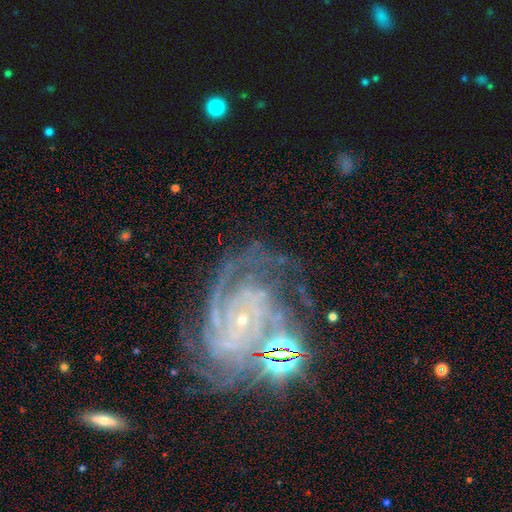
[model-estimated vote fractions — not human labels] A featured or disk galaxy (88%) with no bar (64%), 3 (24%) tight (70%) spiral arms (98%) and a small central bulge (88%).

Vote fractions:
- Smooth or featured? featured or disk: 88% / star or artifact: 8% / smooth: 4%
- Edge-on disk? no: 97% / yes: 3%
- Bar? no: 64% / weak: 24% / strong: 12%
- Spiral arms? yes: 98% / no: 2%
- Spiral winding? tight: 70% / medium: 26% / loose: 4%
- Spiral arm count? 3: 24% / 4: 23% / can't tell: 17% / 2: 16% / more than 4: 12% / 1: 8%
- Bulge size? small: 88% / moderate: 7% / none: 3% / large: 1% / dominant: 1%
- Merging? none: 62% / minor disturbance: 19% / major disturbance: 12% / merger: 7%